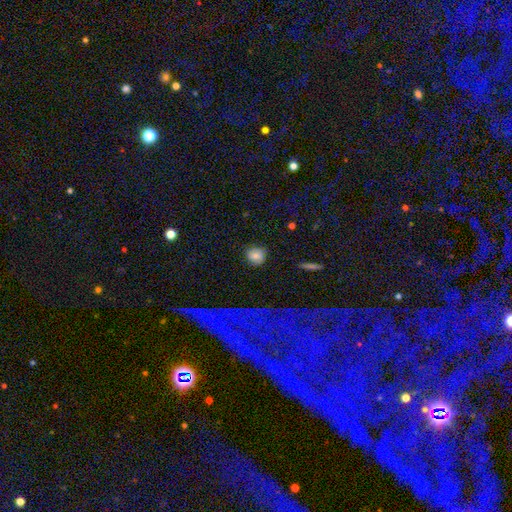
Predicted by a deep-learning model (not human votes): Q: Smooth or featured?
A: smooth (80%); runner-up: featured or disk (11%)
Q: How rounded?
A: round (88%); runner-up: in between (11%)
Q: Merging?
A: none (82%); runner-up: minor disturbance (13%)